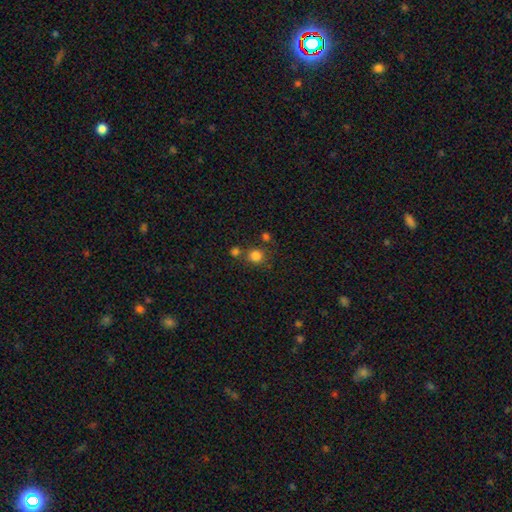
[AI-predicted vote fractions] Morphology: type=smooth (81%); roundness=round (87%); merging=none (70%).